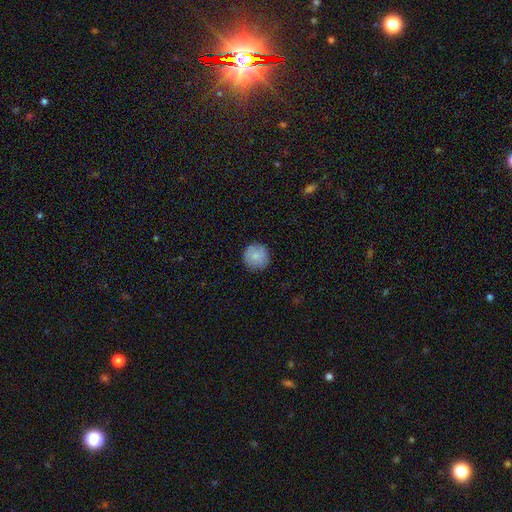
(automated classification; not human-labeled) A smooth galaxy with no disk features (84%) that is round (95%).

Vote fractions:
- Smooth or featured? smooth: 84% / featured or disk: 9% / star or artifact: 7%
- How rounded? round: 95% / in between: 4% / cigar-shaped: 1%
- Merging? none: 88% / minor disturbance: 9% / major disturbance: 2% / merger: 1%